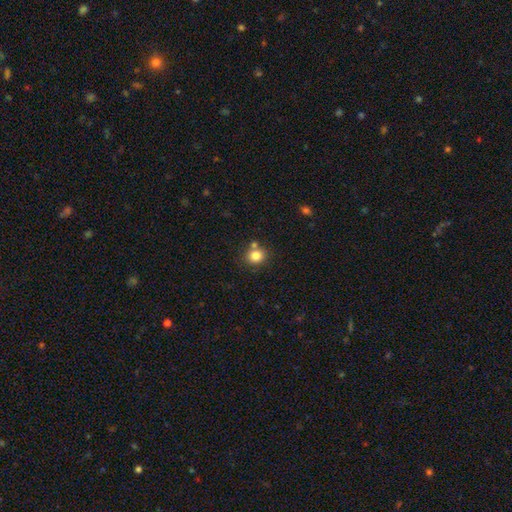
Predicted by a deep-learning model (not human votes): Morphology: type=smooth (82%); roundness=round (79%); merging=none (71%).